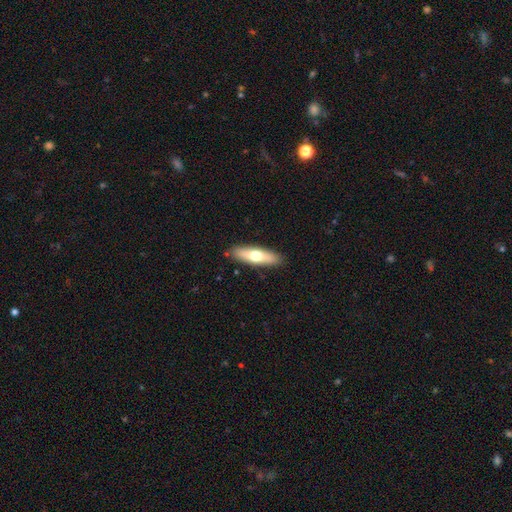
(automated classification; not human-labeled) Smooth or featured? Predicted: smooth (p=0.61). How rounded? Predicted: cigar-shaped (p=0.57). Merging? Predicted: none (p=0.88).